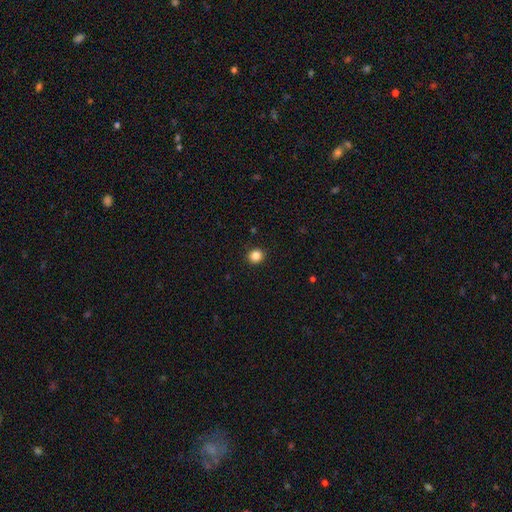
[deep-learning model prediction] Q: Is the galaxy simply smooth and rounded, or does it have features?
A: smooth — 85%.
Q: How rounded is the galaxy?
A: round — 86%.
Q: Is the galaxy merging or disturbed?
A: none — 92%.